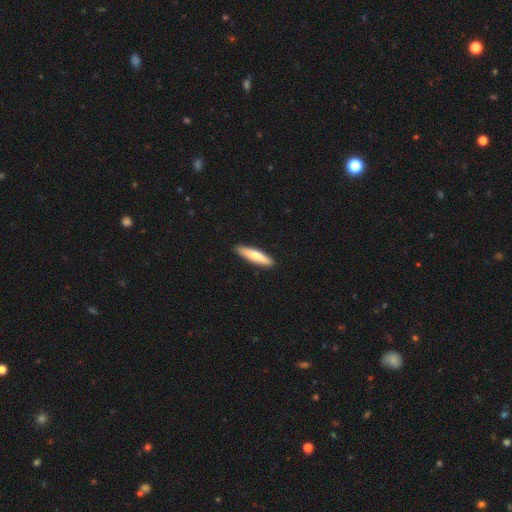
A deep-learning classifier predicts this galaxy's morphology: smooth 69%, featured or disk 26%, star or artifact 5%. Down the decision tree: how rounded — cigar-shaped (84%); merging — none (90%).